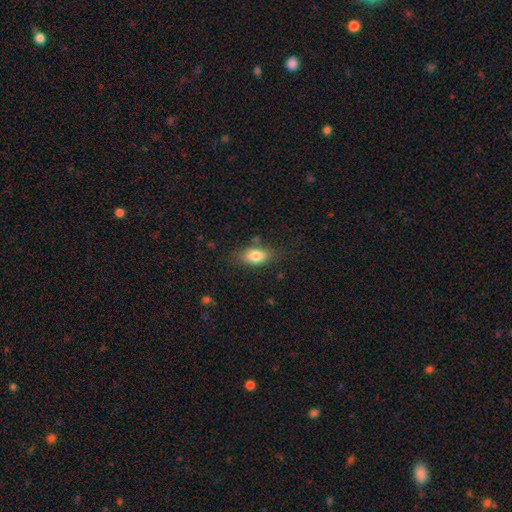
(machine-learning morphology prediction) This appears to be a smooth galaxy with no disk features (80%) that is in between round and cigar-shaped (86%). Merging: none (76%).